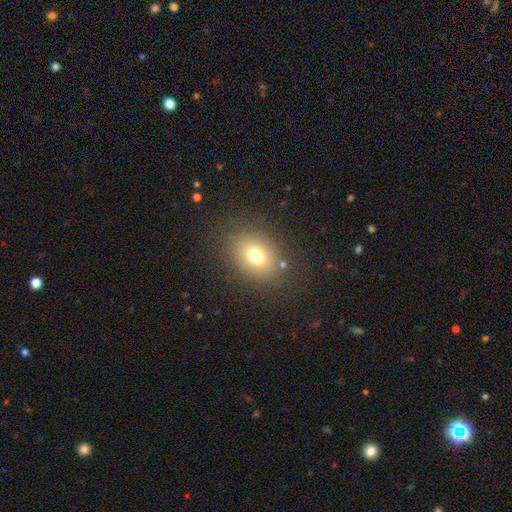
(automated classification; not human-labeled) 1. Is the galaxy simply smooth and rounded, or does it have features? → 73% smooth, 14% star or artifact, 13% featured or disk.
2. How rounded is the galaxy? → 62% in between, 37% round, 1% cigar-shaped.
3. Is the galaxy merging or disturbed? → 83% none, 10% minor disturbance, 5% major disturbance, 2% merger.